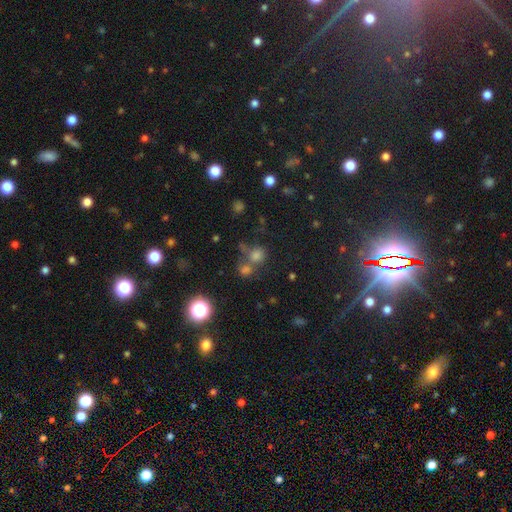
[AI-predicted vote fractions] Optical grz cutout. It shows a smooth galaxy with no disk features (58%) that is round (86%). Merging: none (58%).